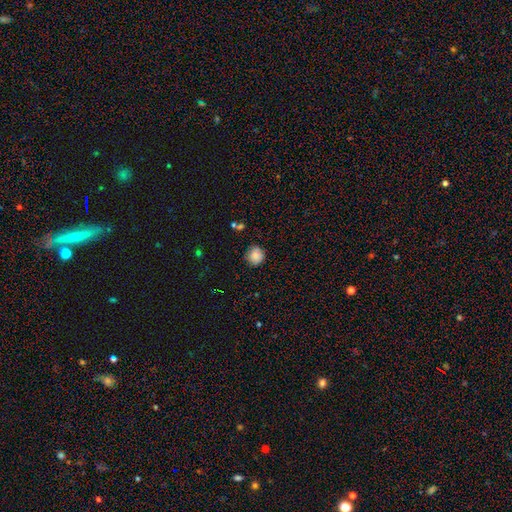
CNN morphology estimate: smooth_or_featured: smooth (p=0.84) [alt: star or artifact p=0.10]
how_rounded: round (p=0.90) [alt: in between p=0.09]
merging: none (p=0.84) [alt: minor disturbance p=0.12]